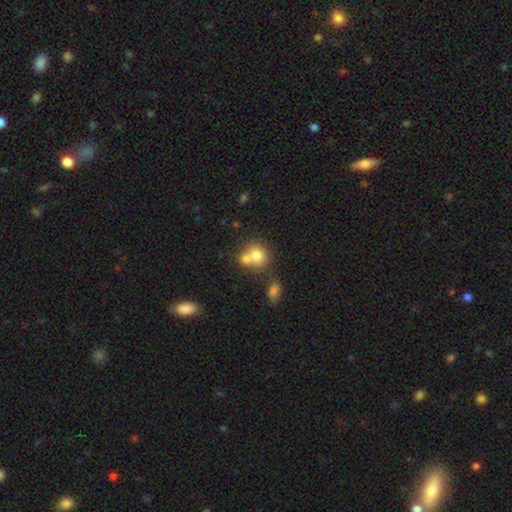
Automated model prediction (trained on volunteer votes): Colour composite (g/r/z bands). It shows a smooth galaxy with no disk features (75%) that is round (76%). Merging: merger (50%).